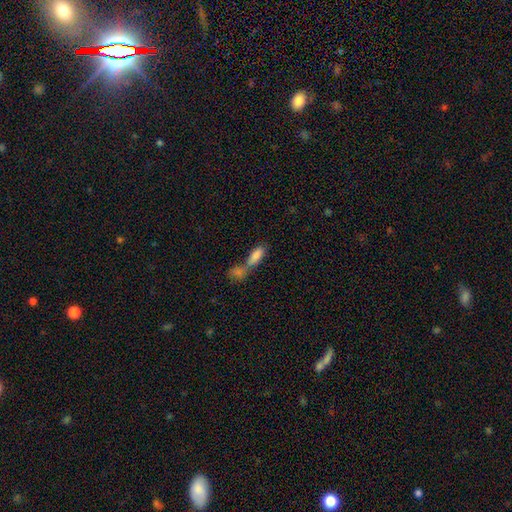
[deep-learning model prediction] smooth 80%, featured or disk 11%, star or artifact 9%. Down the decision tree: how rounded — in between (73%); merging — merger (66%).